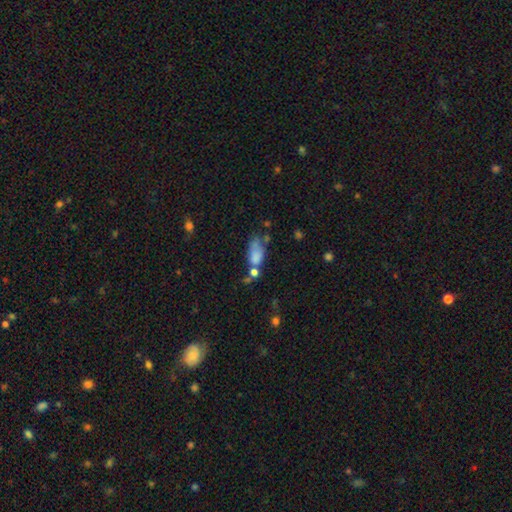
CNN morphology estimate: Smooth or featured? Predicted: smooth (p=0.69). How rounded? Predicted: in between (p=0.85). Merging? Predicted: merger (p=0.30).